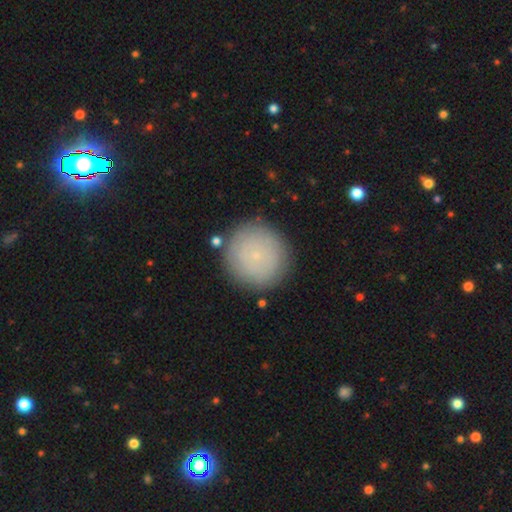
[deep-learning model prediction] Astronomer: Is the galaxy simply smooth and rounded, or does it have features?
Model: smooth — 74%.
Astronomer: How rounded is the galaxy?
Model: round — 95%.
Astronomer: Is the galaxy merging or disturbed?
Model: none — 88%.